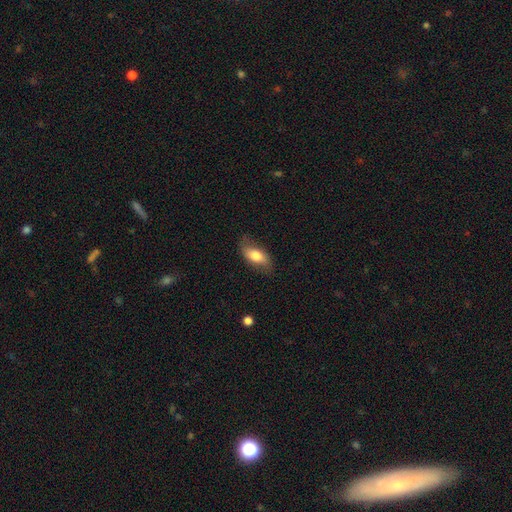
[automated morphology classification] This appears to be a smooth galaxy with no disk features (64%) that is in between round and cigar-shaped (86%). Merging: none (71%).